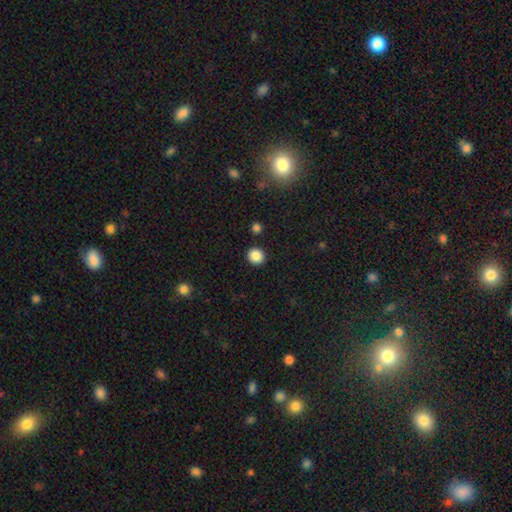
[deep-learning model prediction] This appears to be a smooth galaxy with no disk features (87%) that is round (87%). Merging: none (90%).